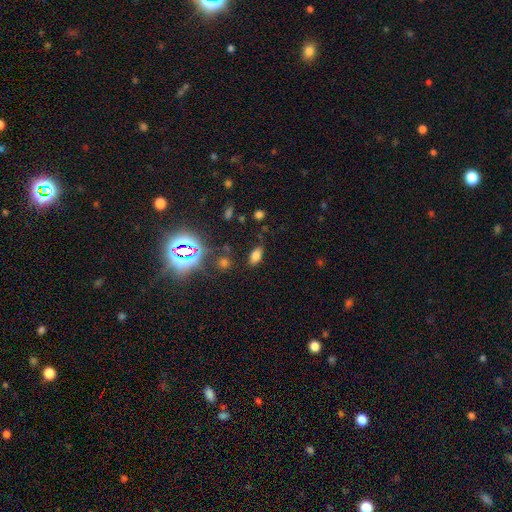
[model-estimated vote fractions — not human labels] The model was most divided on "smooth or featured": smooth: 71%, star or artifact: 22%, featured or disk: 7%. More confident: how rounded — in between (89%); merging — none (79%).